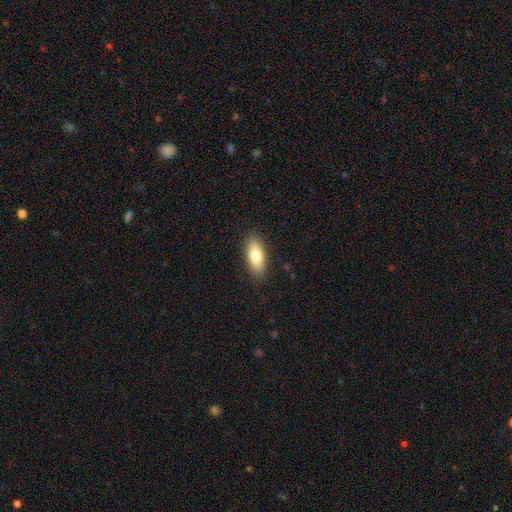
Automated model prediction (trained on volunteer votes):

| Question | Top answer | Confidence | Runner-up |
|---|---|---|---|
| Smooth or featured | smooth | 76% | featured or disk (17%) |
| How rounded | in between | 83% | cigar-shaped (14%) |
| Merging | none | 88% | minor disturbance (9%) |